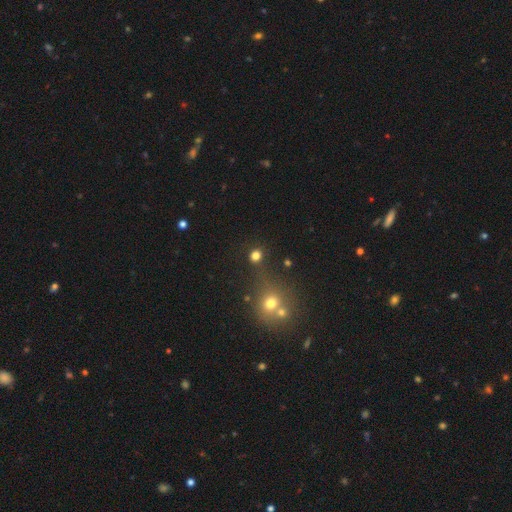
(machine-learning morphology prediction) smooth_or_featured: smooth (p=0.76) [alt: star or artifact p=0.18]
how_rounded: round (p=0.85) [alt: in between p=0.13]
merging: none (p=0.76) [alt: merger p=0.11]